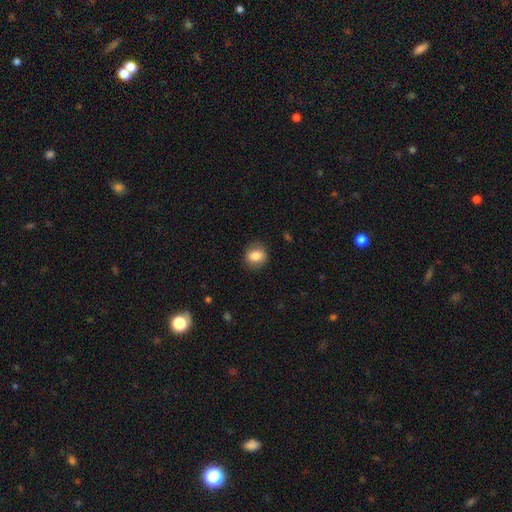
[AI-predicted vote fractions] smooth-or-featured: smooth: 83% | star or artifact: 9% | featured or disk: 9%
  how-rounded: round: 65% | in between: 34% | cigar-shaped: 1%
  merging: none: 85% | minor disturbance: 11% | major disturbance: 3% | merger: 1%